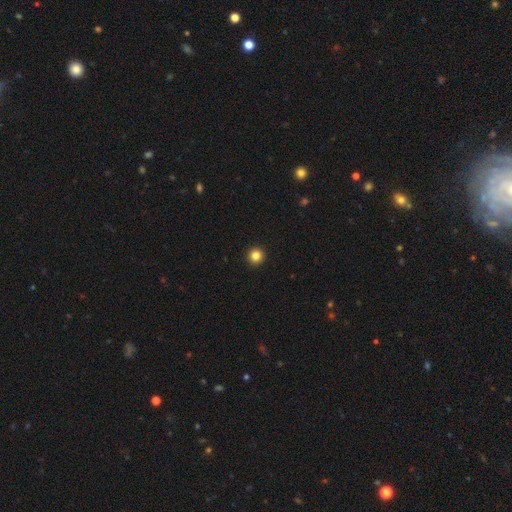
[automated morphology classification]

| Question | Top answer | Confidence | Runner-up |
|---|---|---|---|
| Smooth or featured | smooth | 84% | star or artifact (12%) |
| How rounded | round | 96% | in between (3%) |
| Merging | none | 94% | minor disturbance (3%) |